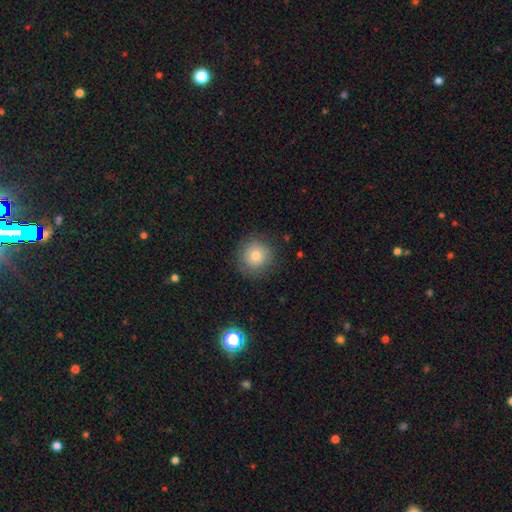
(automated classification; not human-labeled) Q: Smooth or featured?
A: smooth (75%); runner-up: featured or disk (14%)
Q: How rounded?
A: round (93%); runner-up: in between (6%)
Q: Merging?
A: none (85%); runner-up: minor disturbance (10%)